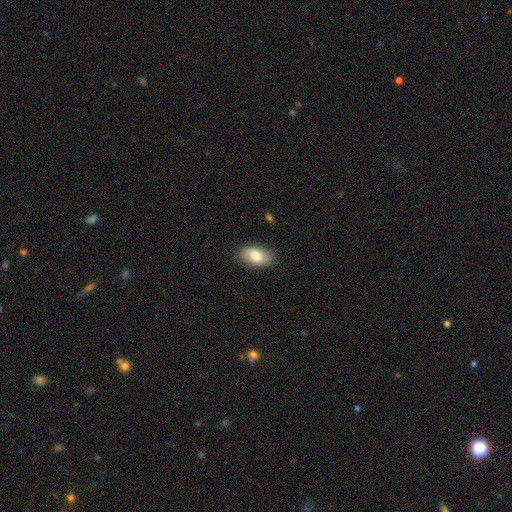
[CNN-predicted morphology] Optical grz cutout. It shows a smooth galaxy with no disk features (76%) that is in between round and cigar-shaped (93%). Merging: none (82%).